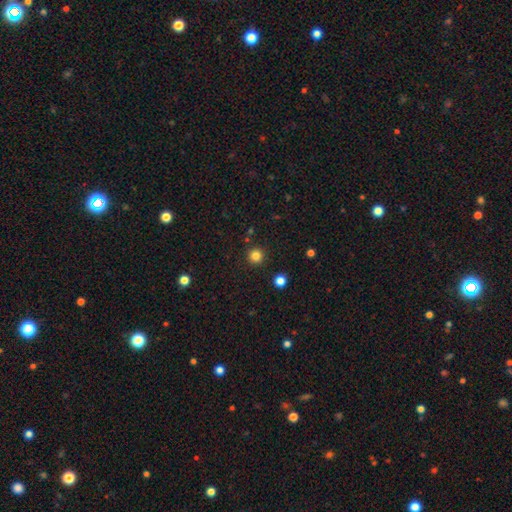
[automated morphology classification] smooth_or_featured: smooth (p=0.82) [alt: star or artifact p=0.13]
how_rounded: round (p=0.96) [alt: in between p=0.03]
merging: none (p=0.91) [alt: minor disturbance p=0.05]